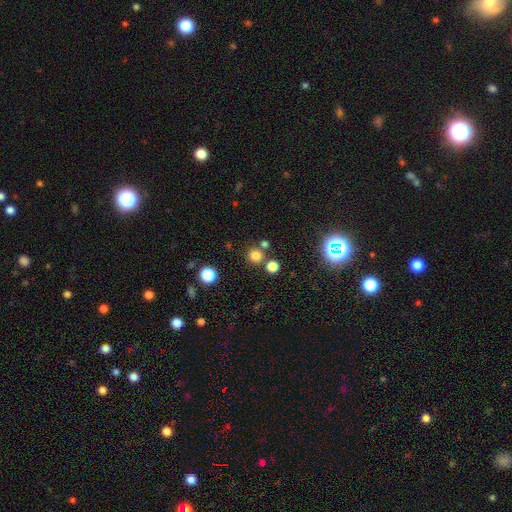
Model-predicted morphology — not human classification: Smooth or featured: smooth — 74% (star or artifact — 19%)
How rounded: round — 92% (in between — 7%)
Merging: none — 74% (merger — 16%)